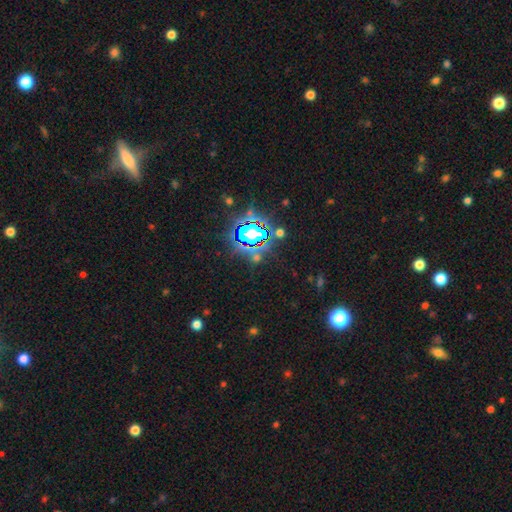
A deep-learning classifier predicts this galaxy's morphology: Smooth or featured? star or artifact (76%)